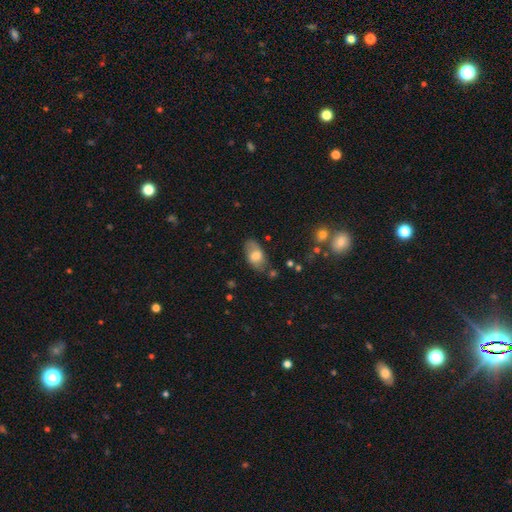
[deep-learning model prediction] Overall: smooth (67%). How rounded: in between (91%). Merging: none (71%).